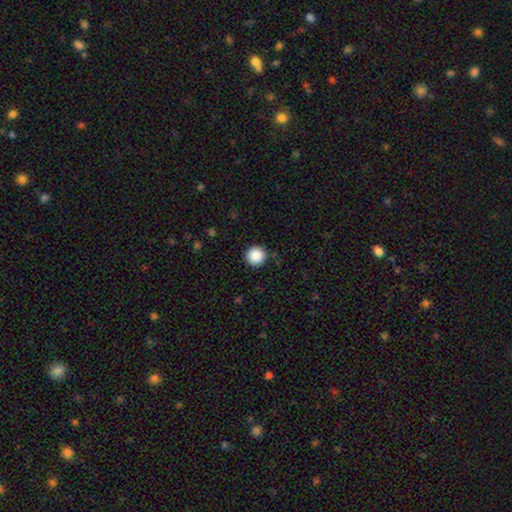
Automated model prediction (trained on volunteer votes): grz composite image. It shows a smooth galaxy with no disk features (88%) that is round (96%). Merging: none (91%).